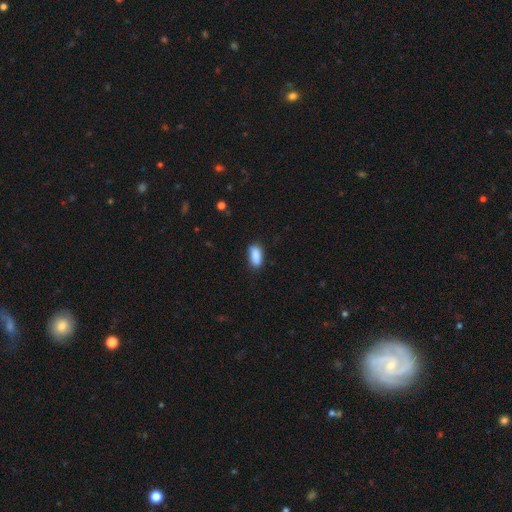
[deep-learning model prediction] Q: Smooth or featured?
A: smooth (88%); runner-up: star or artifact (7%)
Q: How rounded?
A: in between (88%); runner-up: cigar-shaped (9%)
Q: Merging?
A: none (80%); runner-up: minor disturbance (16%)